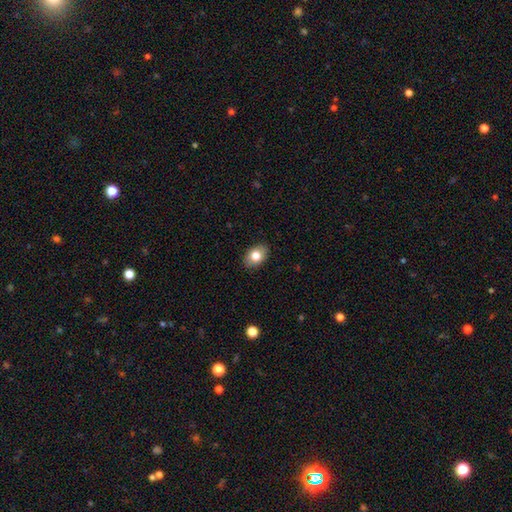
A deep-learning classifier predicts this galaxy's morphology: This is likely a smooth galaxy (79%). How rounded: clearly in between (81%). Merging: clearly none (88%).